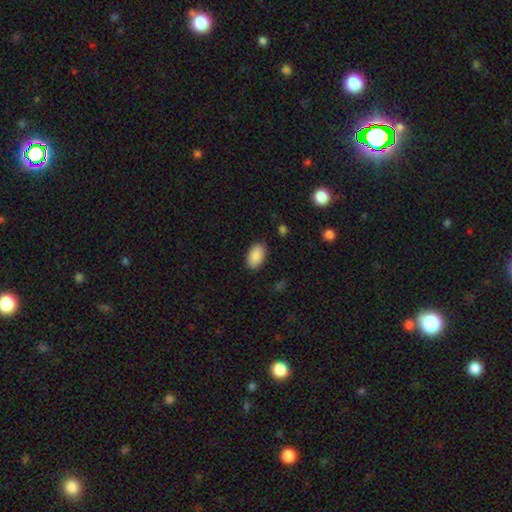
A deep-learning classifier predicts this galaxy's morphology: A smooth galaxy with no disk features (89%) that is in between round and cigar-shaped (94%). Merging: none (86%).